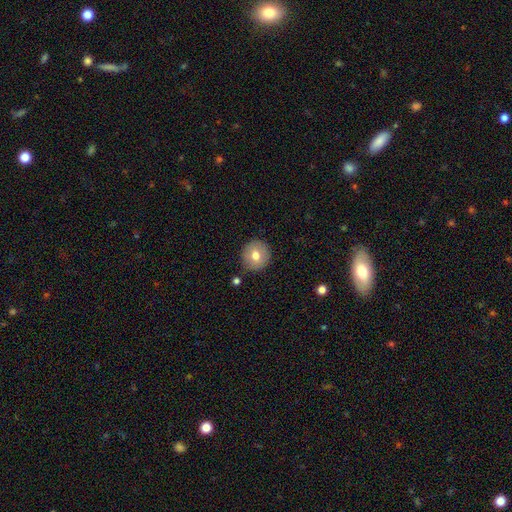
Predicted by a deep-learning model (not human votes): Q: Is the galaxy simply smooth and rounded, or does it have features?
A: smooth — 75%.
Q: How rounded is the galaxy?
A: round — 92%.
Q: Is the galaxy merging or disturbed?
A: none — 86%.